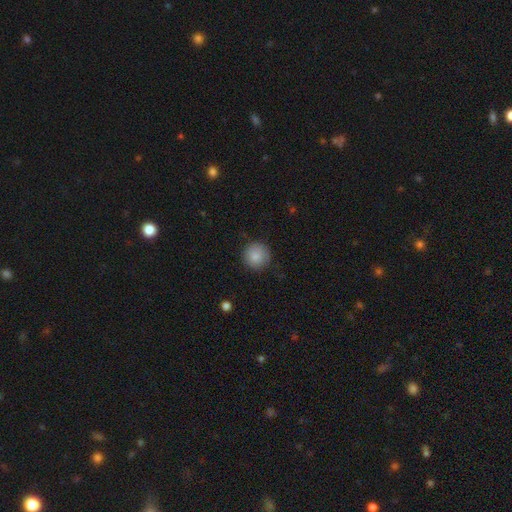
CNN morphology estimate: smooth-or-featured: smooth: 86% | star or artifact: 8% | featured or disk: 5%
  how-rounded: round: 94% | in between: 5% | cigar-shaped: 1%
  merging: none: 85% | minor disturbance: 11% | major disturbance: 3% | merger: 1%